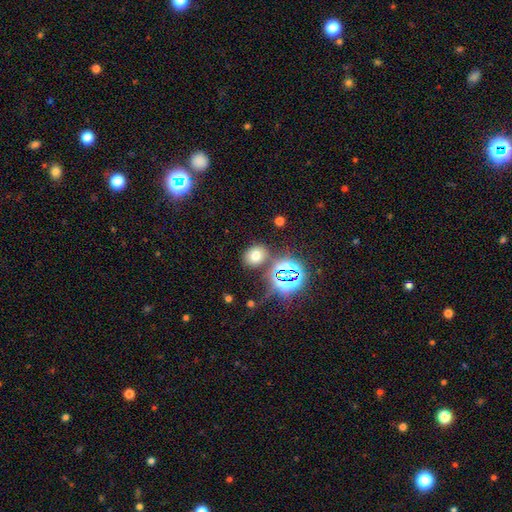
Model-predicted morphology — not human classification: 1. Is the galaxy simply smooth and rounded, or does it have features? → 63% smooth, 27% star or artifact, 10% featured or disk.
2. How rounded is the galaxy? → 51% in between, 47% round, 1% cigar-shaped.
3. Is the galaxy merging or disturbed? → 78% none, 10% minor disturbance, 8% merger, 4% major disturbance.